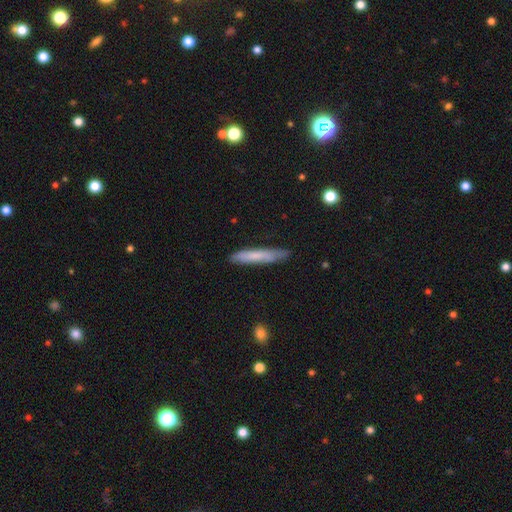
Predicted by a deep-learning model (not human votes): A smooth galaxy with no disk features (71%) that is cigar-shaped (92%).

Vote fractions:
- Smooth or featured? smooth: 71% / featured or disk: 23% / star or artifact: 6%
- How rounded? cigar-shaped: 92% / in between: 6% / round: 1%
- Merging? none: 80% / minor disturbance: 16% / major disturbance: 3% / merger: 2%